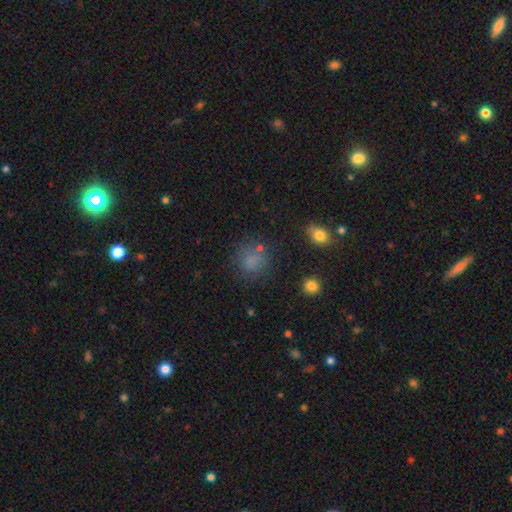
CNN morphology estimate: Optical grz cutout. It shows a smooth galaxy with no disk features (72%) that is round (81%). Merging: none (71%).